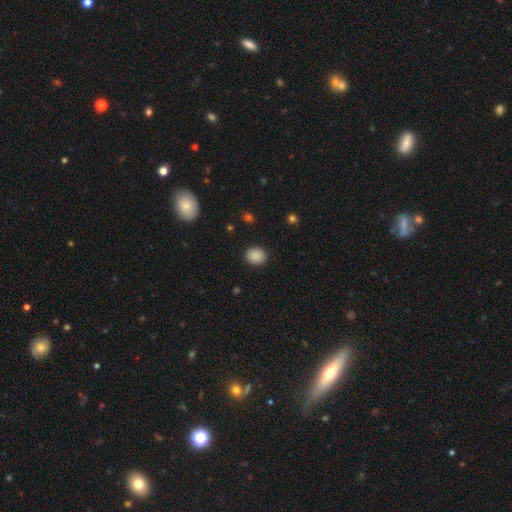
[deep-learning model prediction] This appears to be a smooth galaxy with no disk features (86%) that is round (64%). Merging: none (88%).